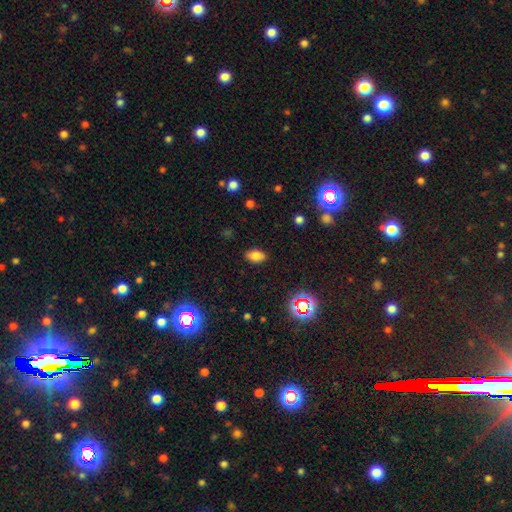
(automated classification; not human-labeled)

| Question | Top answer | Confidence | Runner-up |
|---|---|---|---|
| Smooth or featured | smooth | 80% | star or artifact (14%) |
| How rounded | in between | 89% | round (9%) |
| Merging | none | 87% | minor disturbance (9%) |